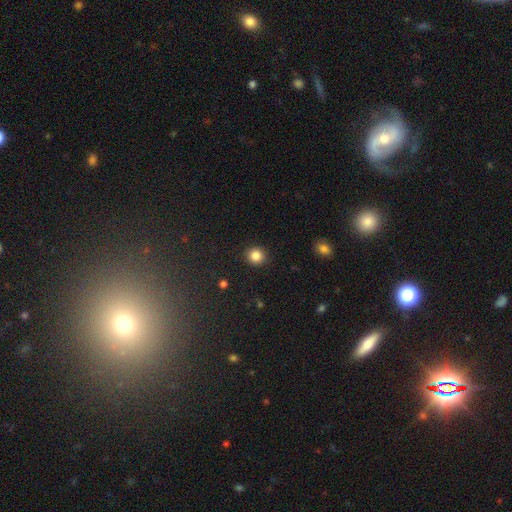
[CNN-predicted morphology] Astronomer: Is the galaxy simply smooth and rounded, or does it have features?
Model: smooth — 86%.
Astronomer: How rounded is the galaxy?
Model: round — 90%.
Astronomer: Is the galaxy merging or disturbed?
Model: none — 92%.